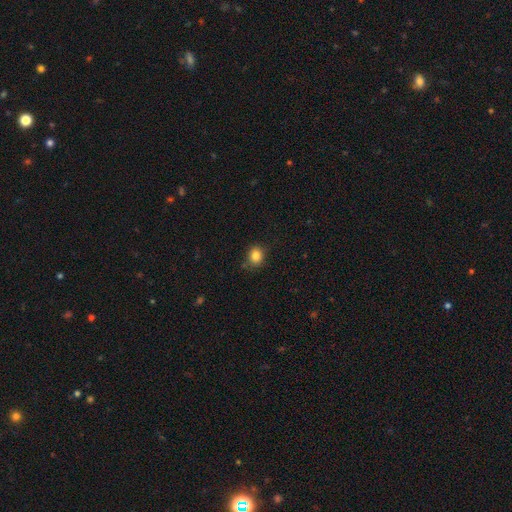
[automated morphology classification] smooth-or-featured: smooth: 84% | star or artifact: 10% | featured or disk: 5%
  how-rounded: round: 64% | in between: 36% | cigar-shaped: 1%
  merging: none: 81% | minor disturbance: 14% | major disturbance: 3% | merger: 2%